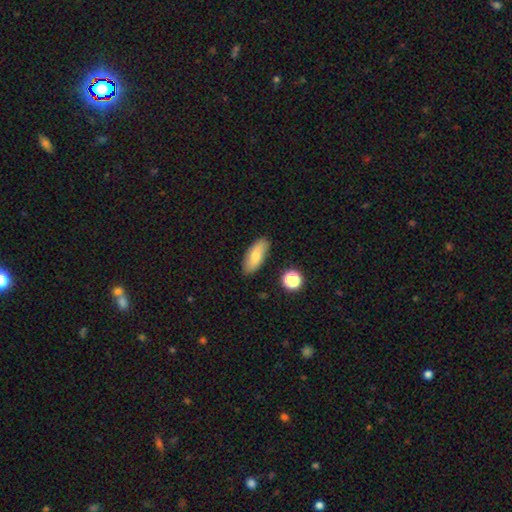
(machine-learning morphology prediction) A smooth galaxy with no disk features (74%) that is in between round and cigar-shaped (82%).

Vote fractions:
- Smooth or featured? smooth: 74% / featured or disk: 19% / star or artifact: 7%
- How rounded? in between: 82% / cigar-shaped: 15% / round: 3%
- Merging? none: 85% / minor disturbance: 11% / major disturbance: 2% / merger: 2%